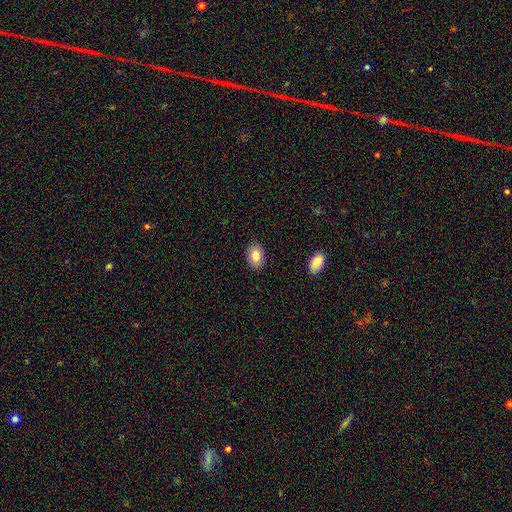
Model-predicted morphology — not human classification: smooth-or-featured: smooth: 83% | featured or disk: 10% | star or artifact: 8%
  how-rounded: in between: 79% | round: 20% | cigar-shaped: 1%
  merging: none: 89% | minor disturbance: 8% | major disturbance: 2% | merger: 1%